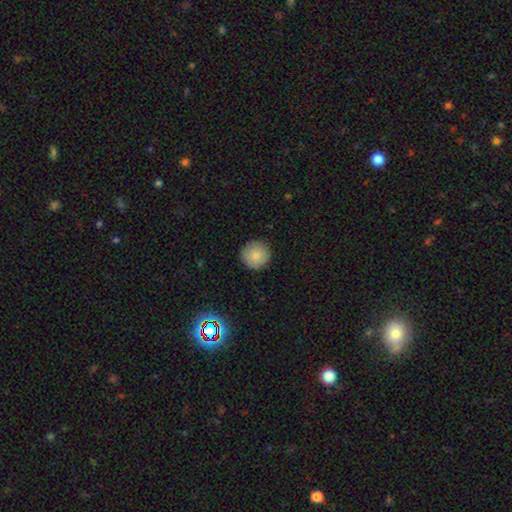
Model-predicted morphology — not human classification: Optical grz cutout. It shows a smooth galaxy with no disk features (83%) that is round (95%). Merging: none (89%).